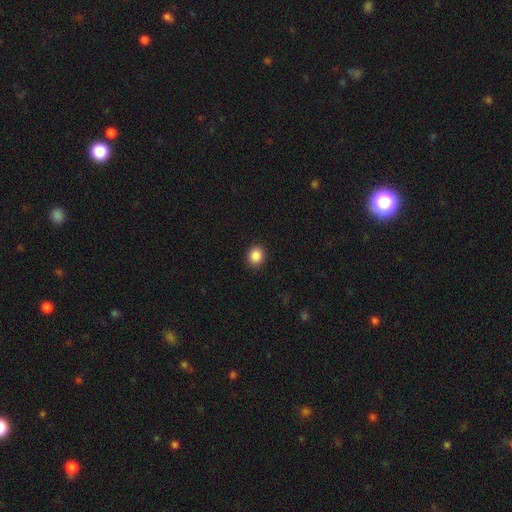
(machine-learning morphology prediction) smooth_or_featured: smooth (p=0.87) [alt: star or artifact p=0.09]
how_rounded: round (p=0.74) [alt: in between p=0.25]
merging: none (p=0.91) [alt: minor disturbance p=0.06]